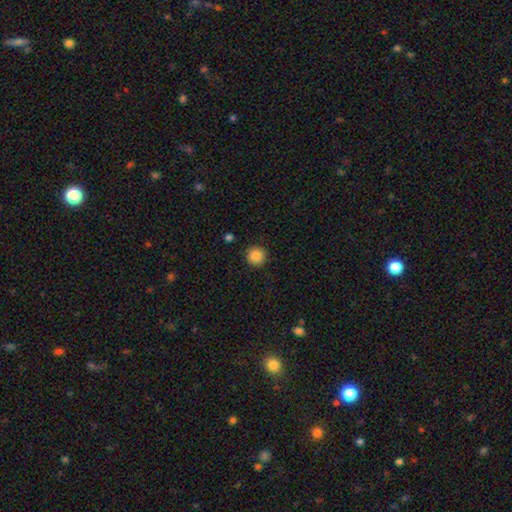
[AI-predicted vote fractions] smooth-or-featured: smooth: 86% | star or artifact: 9% | featured or disk: 4%
  how-rounded: round: 95% | in between: 4% | cigar-shaped: 1%
  merging: none: 91% | minor disturbance: 6% | major disturbance: 2% | merger: 1%